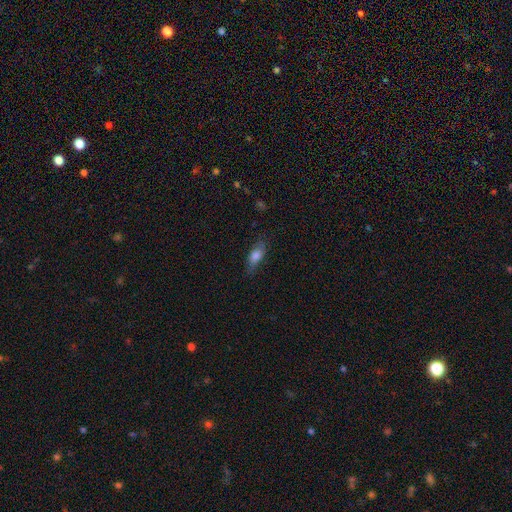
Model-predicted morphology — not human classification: smooth-or-featured: smooth: 75% | featured or disk: 17% | star or artifact: 8%
  how-rounded: in between: 76% | cigar-shaped: 20% | round: 4%
  merging: none: 70% | minor disturbance: 22% | major disturbance: 7% | merger: 1%